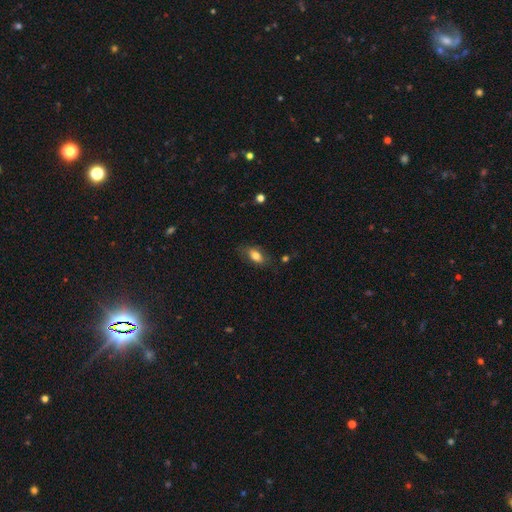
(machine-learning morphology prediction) The model was most divided on "merging": none: 72%, minor disturbance: 19%, major disturbance: 7%, merger: 2%. More confident: how rounded — in between (87%); smooth or featured — smooth (77%).